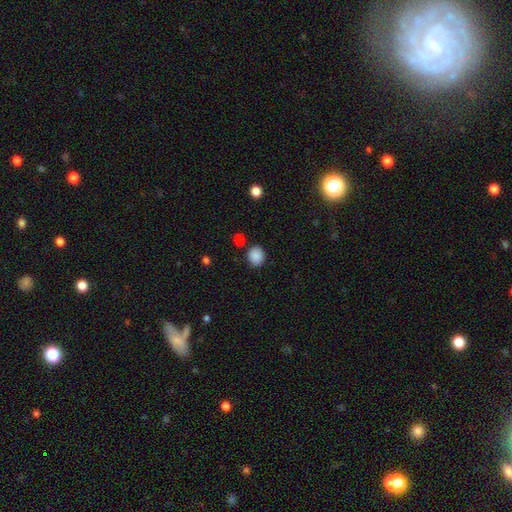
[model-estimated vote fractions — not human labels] This appears to be a smooth galaxy with no disk features (87%) that is round (67%). Merging: none (81%).